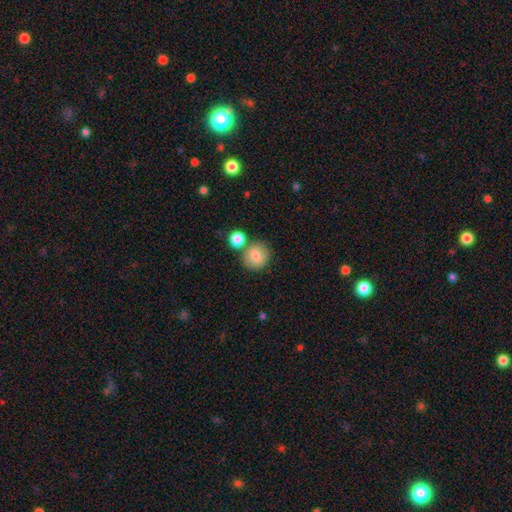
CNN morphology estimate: Smooth or featured? smooth (82%)
How rounded? round (84%)
Merging? none (68%)